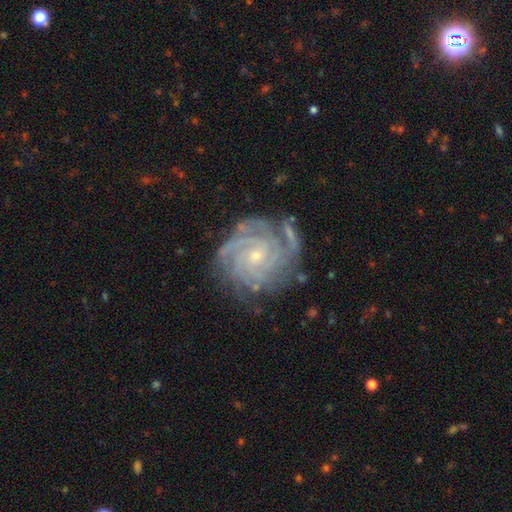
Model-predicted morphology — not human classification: A featured or disk galaxy (90%) with no bar (68%), 4 (35%) tight (80%) spiral arms (98%) and a small central bulge (77%).

Vote fractions:
- Smooth or featured? featured or disk: 90% / star or artifact: 6% / smooth: 4%
- Edge-on disk? no: 98% / yes: 2%
- Bar? no: 68% / weak: 24% / strong: 8%
- Spiral arms? yes: 98% / no: 2%
- Spiral winding? tight: 80% / medium: 18% / loose: 2%
- Spiral arm count? 4: 35% / 3: 21% / can't tell: 15% / more than 4: 12% / 2: 10% / 1: 7%
- Bulge size? small: 77% / moderate: 19% / none: 1% / large: 1% / dominant: 1%
- Merging? none: 74% / minor disturbance: 17% / major disturbance: 5% / merger: 3%